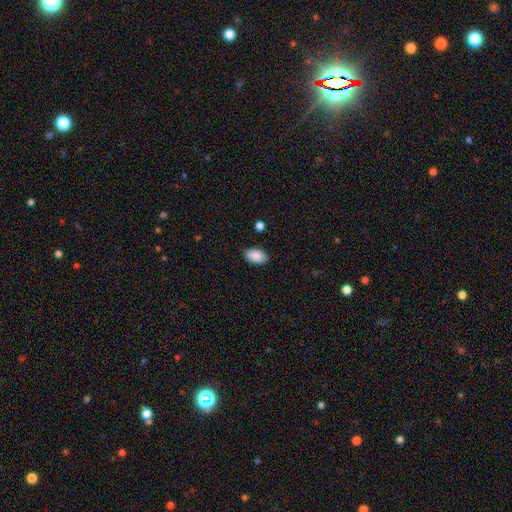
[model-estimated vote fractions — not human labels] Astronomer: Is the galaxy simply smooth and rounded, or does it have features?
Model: smooth — 90%.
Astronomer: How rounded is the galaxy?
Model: in between — 93%.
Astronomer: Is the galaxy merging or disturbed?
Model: none — 87%.